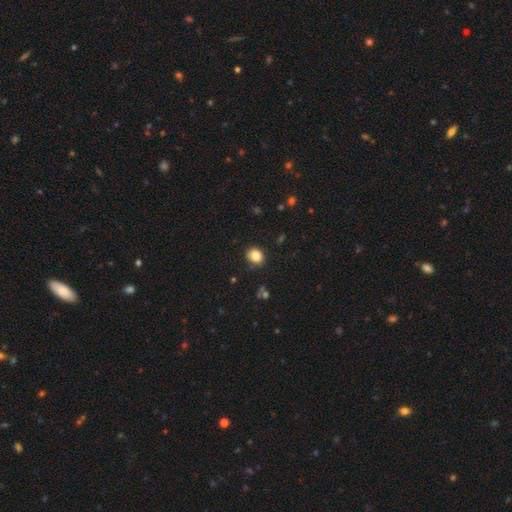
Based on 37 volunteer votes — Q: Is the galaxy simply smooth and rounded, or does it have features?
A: smooth — 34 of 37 (92%).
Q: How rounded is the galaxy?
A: round — 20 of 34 (59%).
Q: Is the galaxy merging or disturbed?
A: none — 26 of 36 (72%).